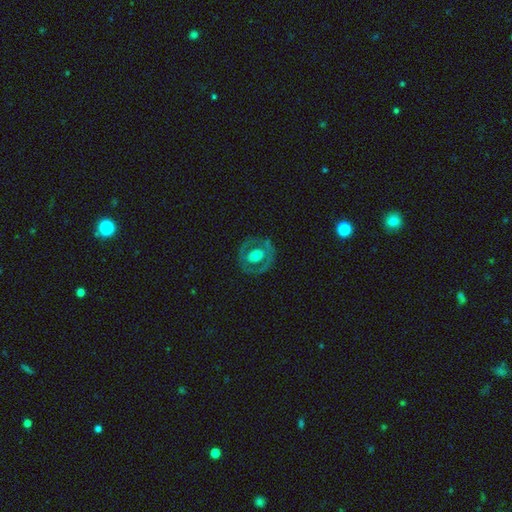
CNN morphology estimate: A featured or disk galaxy (59%) with no bar (76%), no spiral arms (77%) and a moderate central bulge (60%).

Vote fractions:
- Smooth or featured? featured or disk: 59% / smooth: 35% / star or artifact: 5%
- Edge-on disk? no: 96% / yes: 4%
- Bar? no: 76% / weak: 17% / strong: 7%
- Spiral arms? no: 77% / yes: 23%
- Bulge size? moderate: 60% / large: 23% / small: 14% / none: 2% / dominant: 2%
- Merging? none: 77% / minor disturbance: 15% / major disturbance: 7% / merger: 1%